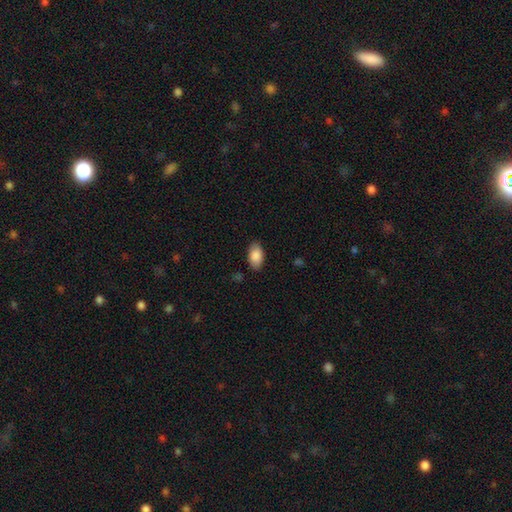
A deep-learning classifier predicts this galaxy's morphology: Q: Smooth or featured?
A: smooth (87%); runner-up: star or artifact (7%)
Q: How rounded?
A: in between (94%); runner-up: round (4%)
Q: Merging?
A: none (86%); runner-up: minor disturbance (10%)